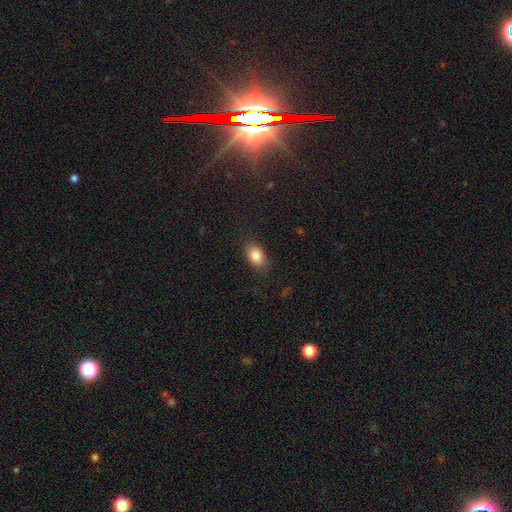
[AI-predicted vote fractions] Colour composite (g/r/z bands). It shows a smooth galaxy with no disk features (85%) that is in between round and cigar-shaped (82%). Merging: none (80%).